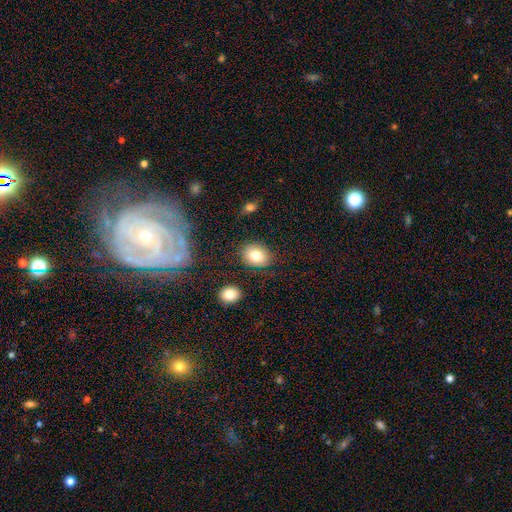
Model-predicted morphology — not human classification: Q: Smooth or featured?
A: smooth (80%); runner-up: featured or disk (11%)
Q: How rounded?
A: in between (53%); runner-up: round (46%)
Q: Merging?
A: none (82%); runner-up: minor disturbance (12%)